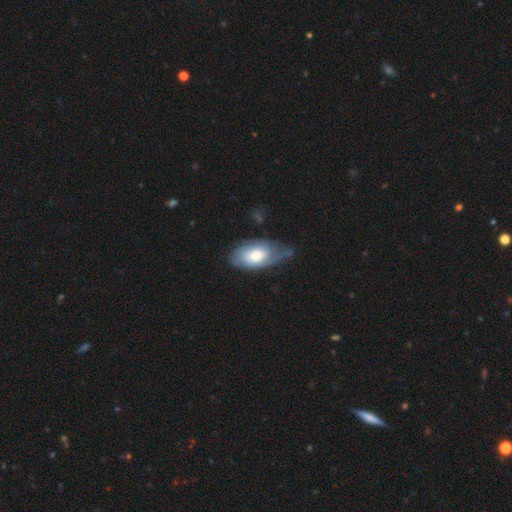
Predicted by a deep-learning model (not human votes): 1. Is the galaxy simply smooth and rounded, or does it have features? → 53% featured or disk, 41% smooth, 6% star or artifact.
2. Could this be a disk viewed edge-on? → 92% no, 8% yes.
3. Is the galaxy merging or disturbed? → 47% none, 34% minor disturbance, 16% major disturbance, 2% merger.